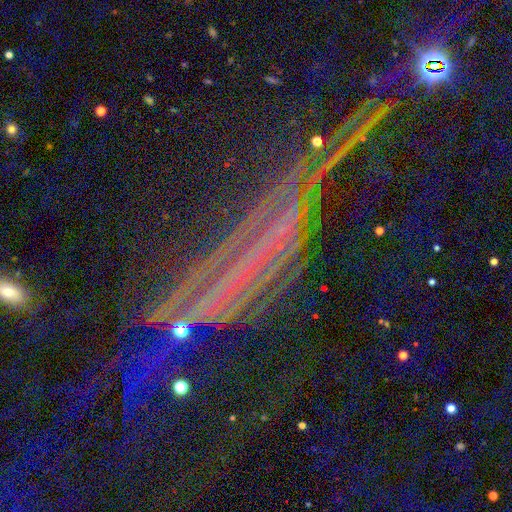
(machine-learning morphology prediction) This is likely a star or artifact rather than a galaxy (71%).